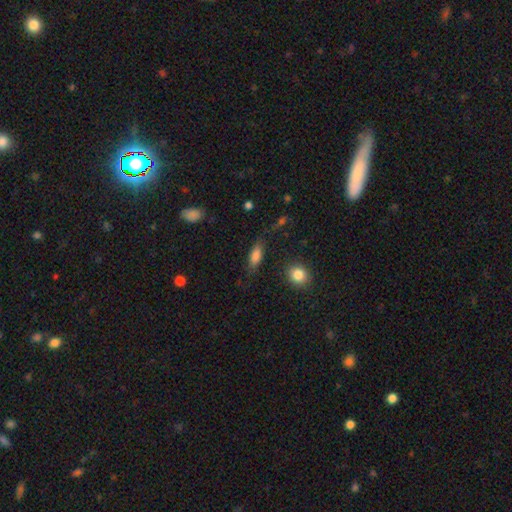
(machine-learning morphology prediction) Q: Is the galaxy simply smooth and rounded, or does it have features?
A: smooth — 80%.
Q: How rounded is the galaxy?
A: in between — 73%.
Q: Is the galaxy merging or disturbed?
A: none — 75%.